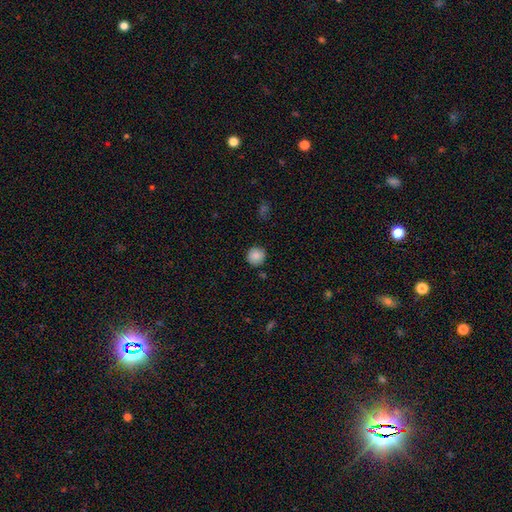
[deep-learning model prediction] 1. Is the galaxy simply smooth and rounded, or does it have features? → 87% smooth, 9% star or artifact, 4% featured or disk.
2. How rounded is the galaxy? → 93% round, 6% in between, 1% cigar-shaped.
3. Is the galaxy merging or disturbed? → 88% none, 8% minor disturbance, 2% major disturbance, 2% merger.